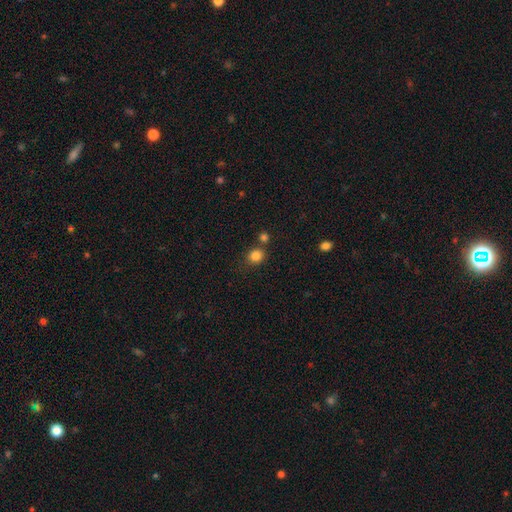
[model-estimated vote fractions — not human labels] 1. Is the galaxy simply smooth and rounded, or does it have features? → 83% smooth, 12% star or artifact, 5% featured or disk.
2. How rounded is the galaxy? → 79% round, 20% in between, 1% cigar-shaped.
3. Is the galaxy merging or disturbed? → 70% none, 16% merger, 11% minor disturbance, 4% major disturbance.